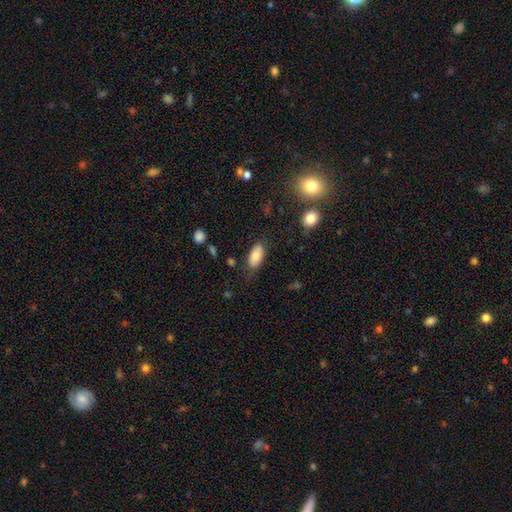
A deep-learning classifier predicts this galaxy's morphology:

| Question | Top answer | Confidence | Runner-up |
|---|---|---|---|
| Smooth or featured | smooth | 82% | featured or disk (11%) |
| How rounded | in between | 91% | cigar-shaped (6%) |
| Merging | none | 74% | minor disturbance (19%) |